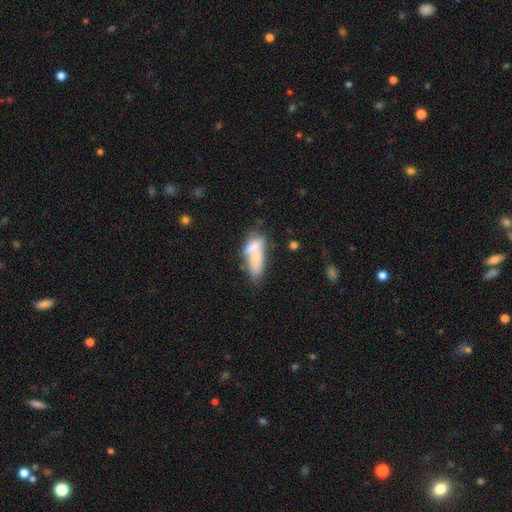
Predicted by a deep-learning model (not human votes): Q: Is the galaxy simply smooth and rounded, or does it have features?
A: smooth — 62%.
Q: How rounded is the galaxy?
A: in between — 72%.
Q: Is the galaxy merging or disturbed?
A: merger — 51%.